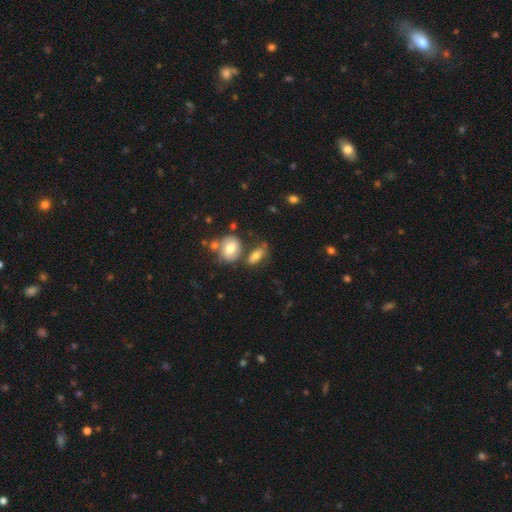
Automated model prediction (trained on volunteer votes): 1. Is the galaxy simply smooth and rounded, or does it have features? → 72% smooth, 18% featured or disk, 10% star or artifact.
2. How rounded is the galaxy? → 76% in between, 12% cigar-shaped, 12% round.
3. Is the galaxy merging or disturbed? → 52% none, 21% minor disturbance, 18% merger, 10% major disturbance.